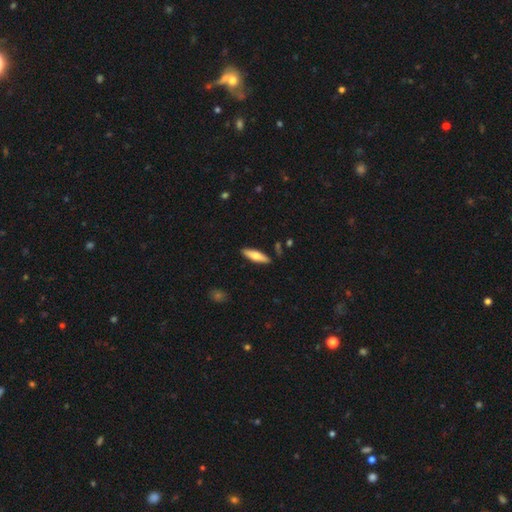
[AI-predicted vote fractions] Smooth or featured: smooth — 65% (featured or disk — 29%)
How rounded: cigar-shaped — 63% (in between — 36%)
Merging: none — 88% (minor disturbance — 8%)